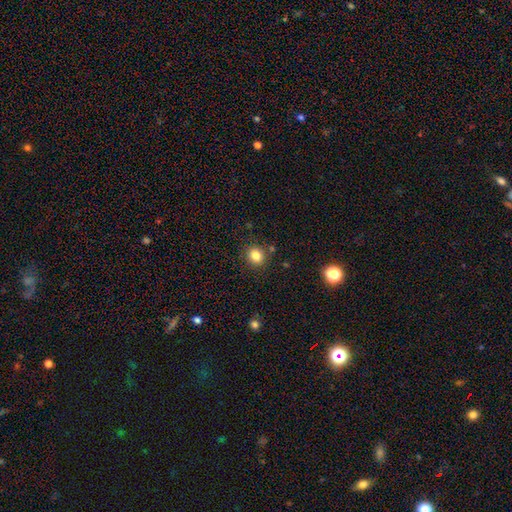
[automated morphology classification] The model was most divided on "how rounded": round: 83%, in between: 16%, cigar-shaped: 1%. More confident: merging — none (86%); smooth or featured — smooth (83%).